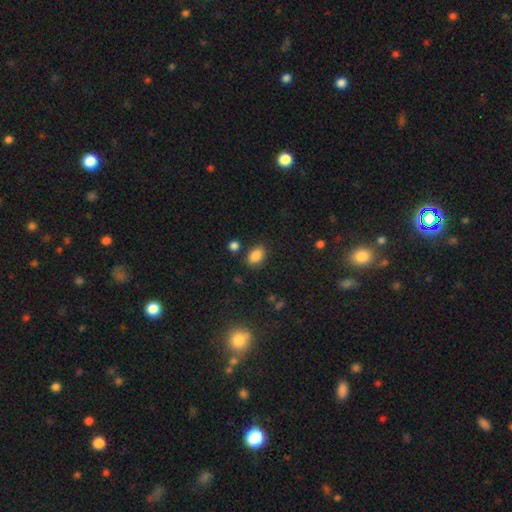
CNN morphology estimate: Smooth or featured? smooth (85%)
How rounded? in between (80%)
Merging? none (81%)